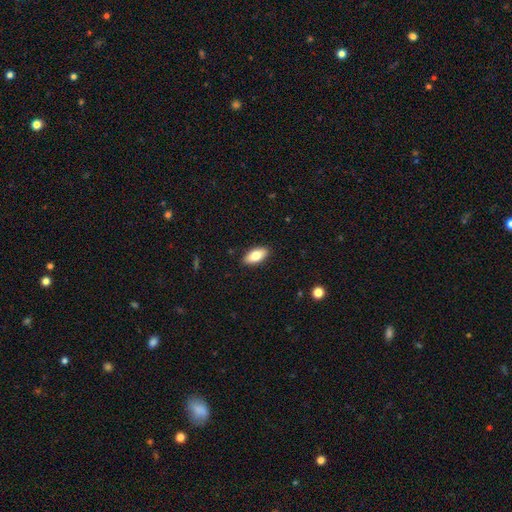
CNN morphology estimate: A smooth galaxy with no disk features (80%) that is in between round and cigar-shaped (89%). Merging: none (90%).